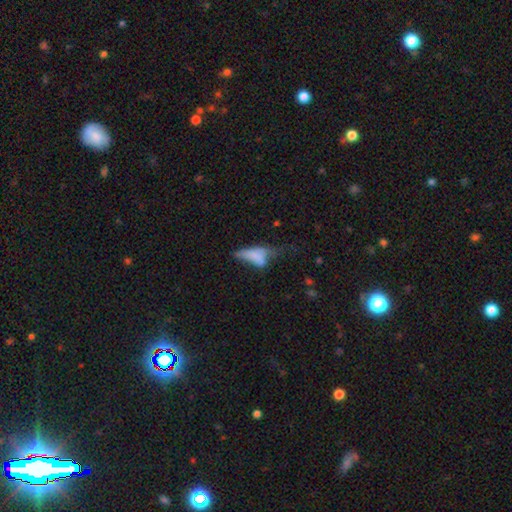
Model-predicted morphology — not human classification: smooth 63%, featured or disk 25%, star or artifact 11%. Down the decision tree: how rounded — in between (72%); merging — major disturbance (44%).